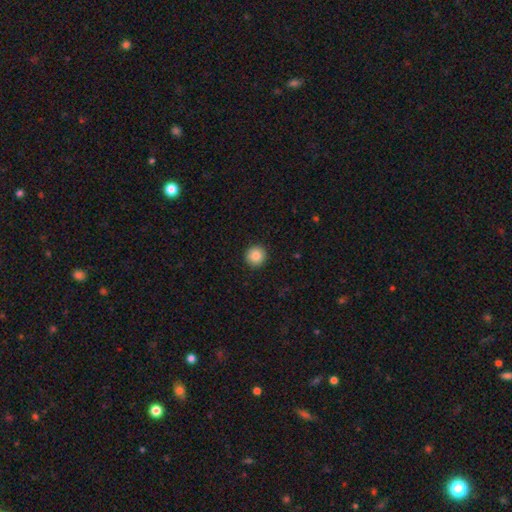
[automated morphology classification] This appears to be a smooth galaxy with no disk features (87%) that is round (95%). Merging: none (93%).